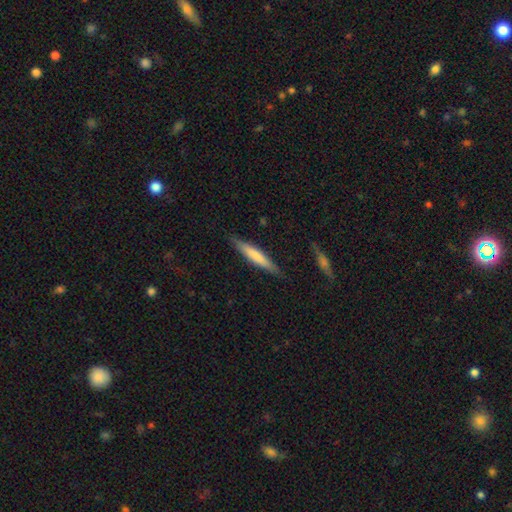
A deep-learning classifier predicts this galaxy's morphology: Smooth or featured?
  - smooth: 65% *
  - featured or disk: 29%
  - star or artifact: 5%
How rounded?
  - cigar-shaped: 91% *
  - in between: 8%
  - round: 1%
Merging?
  - none: 88% *
  - minor disturbance: 9%
  - major disturbance: 2%
  - merger: 1%